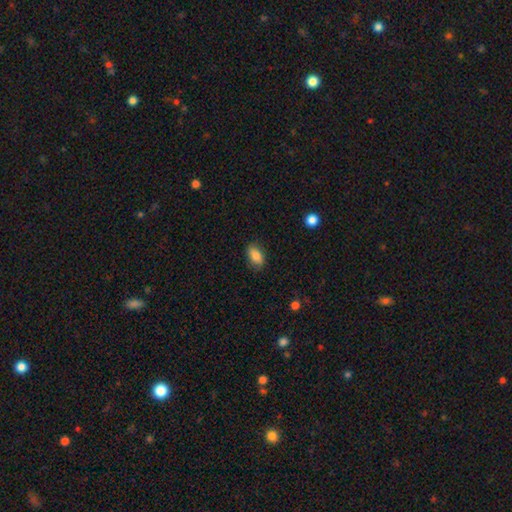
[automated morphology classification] type=smooth (84%); roundness=in between (89%); merging=none (83%).